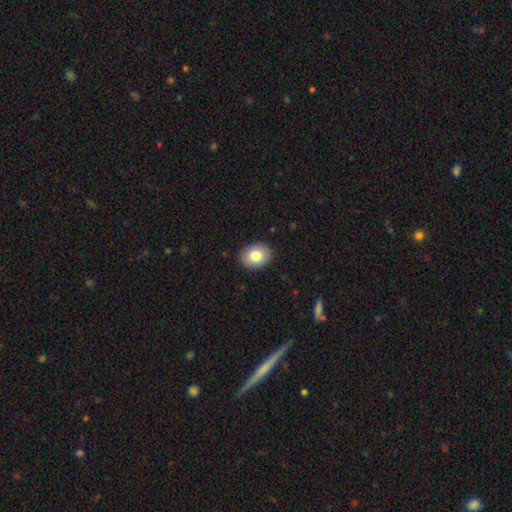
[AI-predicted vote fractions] Smooth or featured? Predicted: smooth (p=0.81). How rounded? Predicted: in between (p=0.52). Merging? Predicted: none (p=0.90).